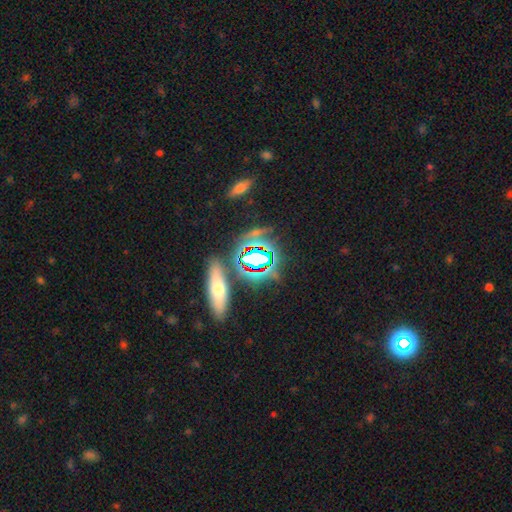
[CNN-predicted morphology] A star or artifact, not a galaxy (61%).